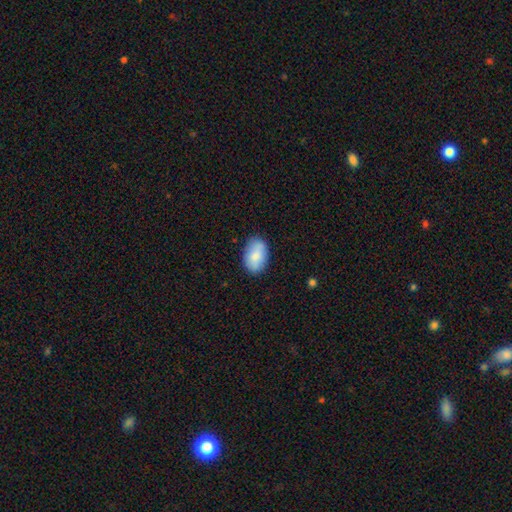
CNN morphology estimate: This appears to be a smooth galaxy with no disk features (82%) that is in between round and cigar-shaped (90%). Merging: none (82%).